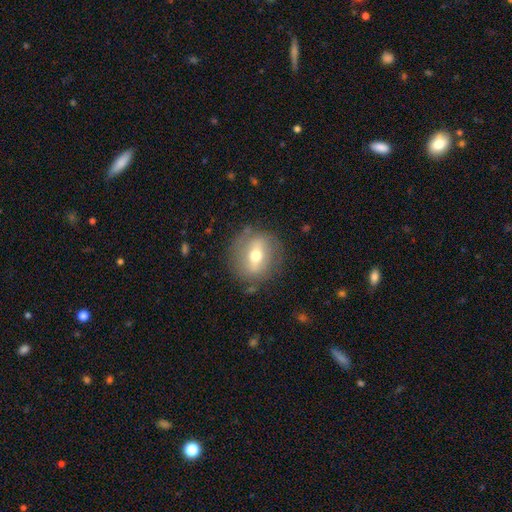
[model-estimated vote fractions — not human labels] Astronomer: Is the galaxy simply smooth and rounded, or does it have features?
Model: featured or disk — 49% (runner-up: smooth, 42%).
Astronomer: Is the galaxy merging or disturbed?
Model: none — 80%.